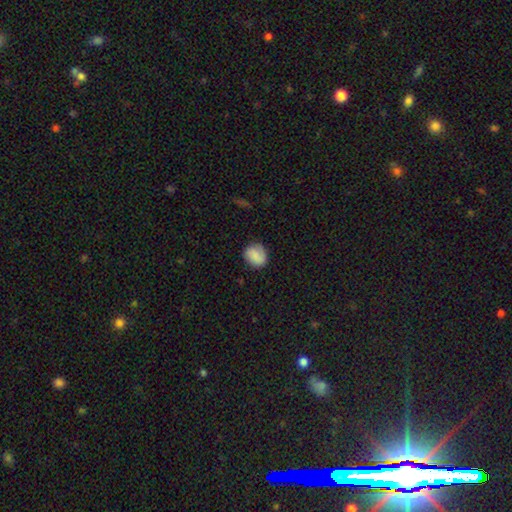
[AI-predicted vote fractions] Overall: smooth (84%). How rounded: round (67%; in between 32%). Merging: none (82%).